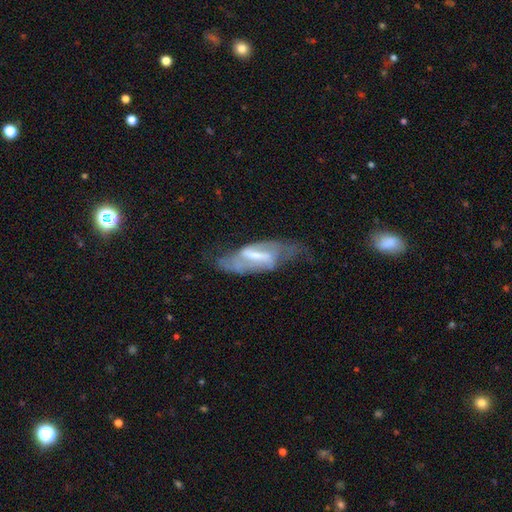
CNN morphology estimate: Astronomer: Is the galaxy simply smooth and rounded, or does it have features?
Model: featured or disk — 76%.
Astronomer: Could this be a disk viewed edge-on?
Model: no — 88%.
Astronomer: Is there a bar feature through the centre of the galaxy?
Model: strong — 61%.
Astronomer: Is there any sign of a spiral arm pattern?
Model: yes — 81%.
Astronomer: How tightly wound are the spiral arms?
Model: loose — 43% (runner-up: medium, 40%).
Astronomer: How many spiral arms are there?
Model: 2 — 80%.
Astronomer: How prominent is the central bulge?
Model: small — 37% (runner-up: moderate, 34%).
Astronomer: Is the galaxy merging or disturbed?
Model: none — 50% (runner-up: minor disturbance, 26%).